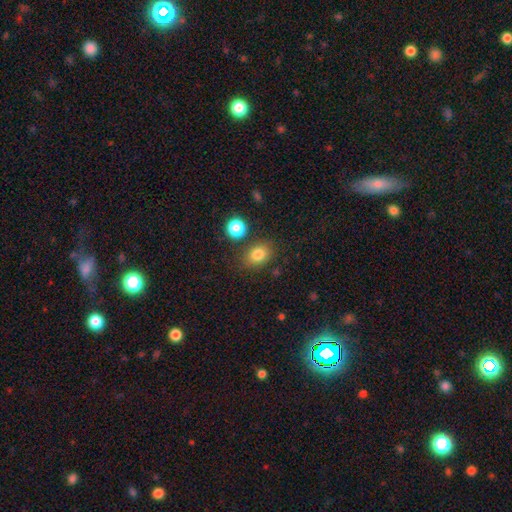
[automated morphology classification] This is likely a smooth galaxy (80%). How rounded: possibly in between (57%). Merging: likely none (79%).